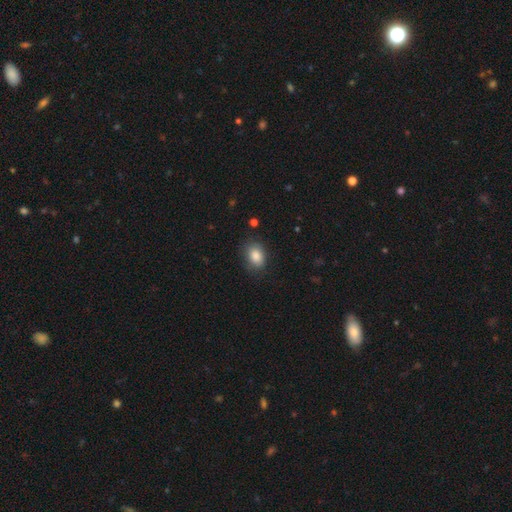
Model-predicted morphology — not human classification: Smooth or featured: smooth — 86% (star or artifact — 8%)
How rounded: in between — 80% (round — 19%)
Merging: none — 80% (minor disturbance — 15%)